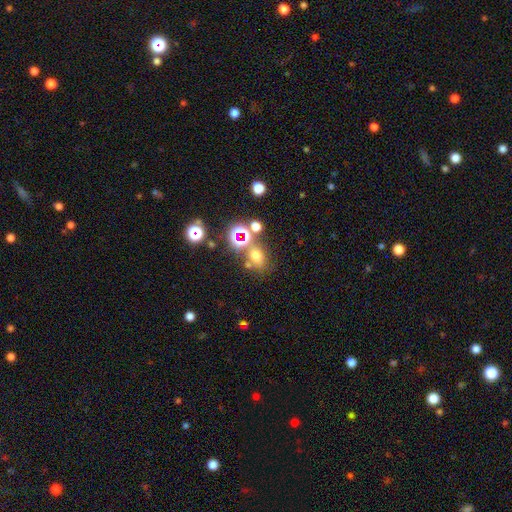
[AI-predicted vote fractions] The model was most divided on "how rounded": round: 59%, in between: 40%, cigar-shaped: 1%. More confident: merging — none (60%); smooth or featured — smooth (60%).